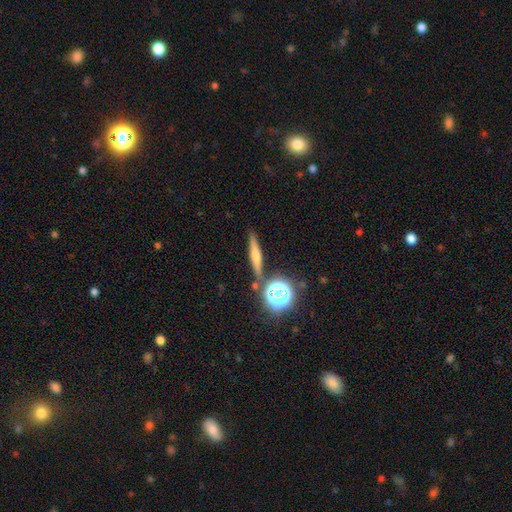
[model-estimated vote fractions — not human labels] This is possibly a featured or disk galaxy (48%). Merging: clearly none (85%).